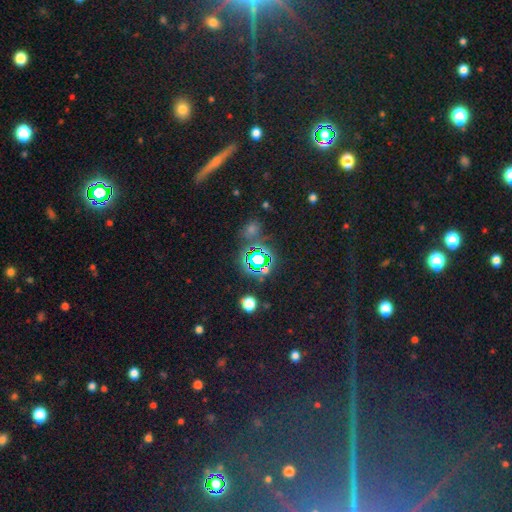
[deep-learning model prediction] Smooth or featured? Predicted: star or artifact (p=0.69).